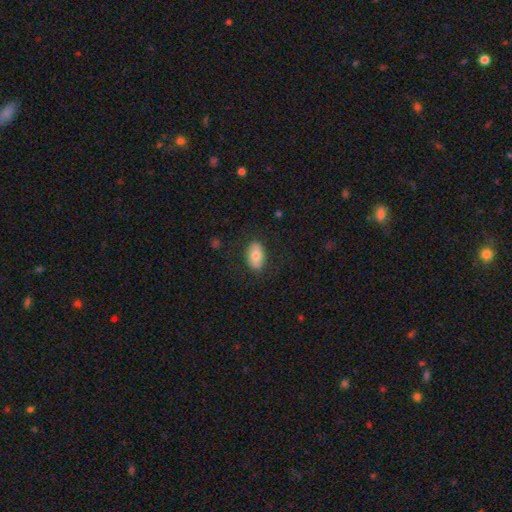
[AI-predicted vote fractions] Q: Smooth or featured?
A: smooth (75%); runner-up: featured or disk (18%)
Q: How rounded?
A: in between (90%); runner-up: round (8%)
Q: Merging?
A: none (84%); runner-up: minor disturbance (12%)